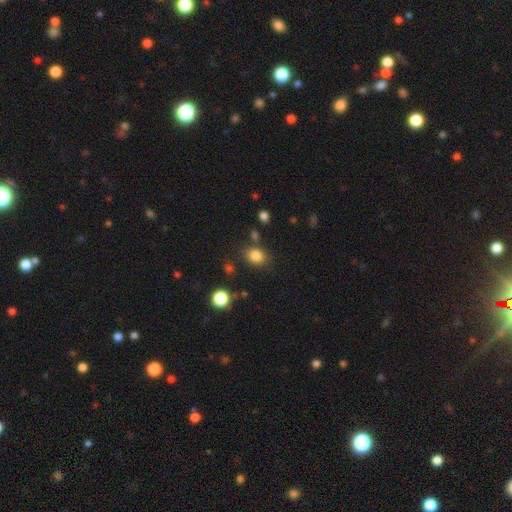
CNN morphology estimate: This is clearly a smooth galaxy (83%). How rounded: possibly round (52%). Merging: likely none (77%).